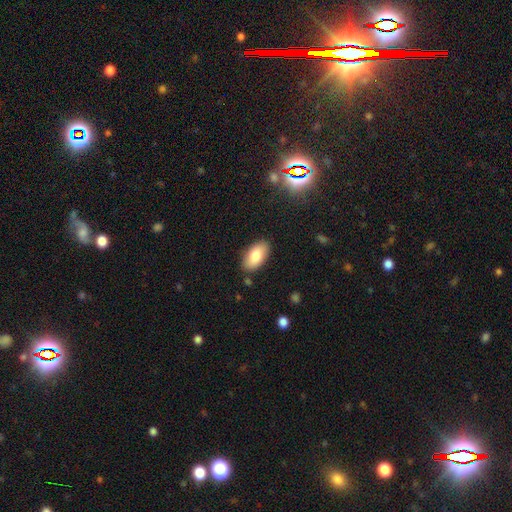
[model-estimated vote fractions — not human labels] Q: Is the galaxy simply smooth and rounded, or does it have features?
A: smooth — 81%.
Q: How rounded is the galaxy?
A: in between — 94%.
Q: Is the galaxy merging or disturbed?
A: none — 85%.